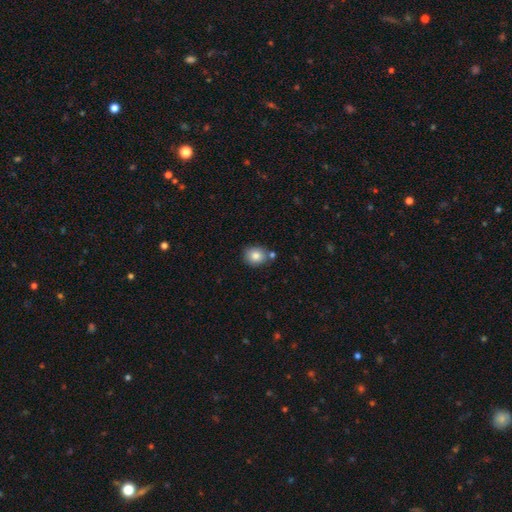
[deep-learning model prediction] Overall: smooth (84%). How rounded: round (67%; in between 32%). Merging: none (73%).